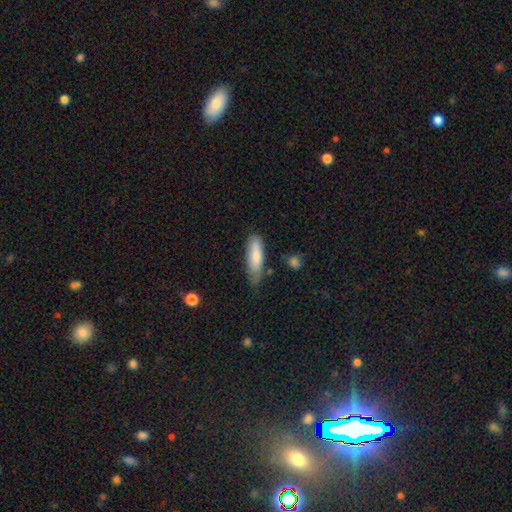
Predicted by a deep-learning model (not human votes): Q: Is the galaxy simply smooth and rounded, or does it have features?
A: smooth — 81%.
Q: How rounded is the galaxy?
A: cigar-shaped — 50%.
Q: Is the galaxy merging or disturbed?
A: none — 61%.